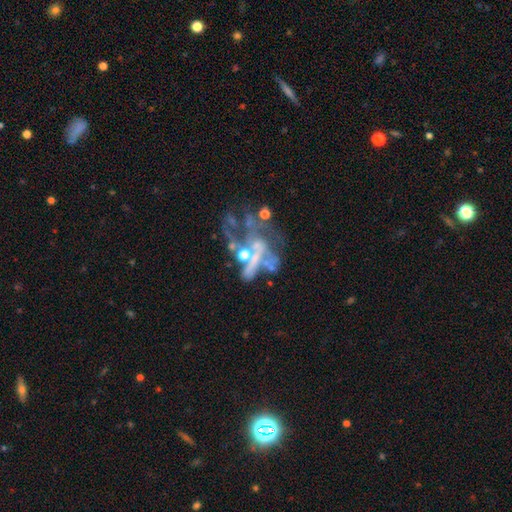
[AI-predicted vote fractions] Smooth or featured? featured or disk (65%)
Edge-on disk? no (95%)
Bar? no (80%)
Spiral arms? no (73%)
Bulge size? none (42%)
Merging? major disturbance (40%)